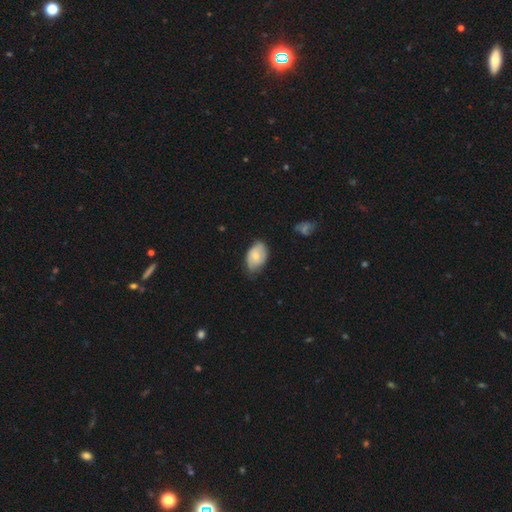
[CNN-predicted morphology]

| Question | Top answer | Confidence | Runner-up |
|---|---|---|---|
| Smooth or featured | smooth | 62% | featured or disk (32%) |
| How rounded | in between | 88% | round (11%) |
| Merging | none | 59% | minor disturbance (34%) |